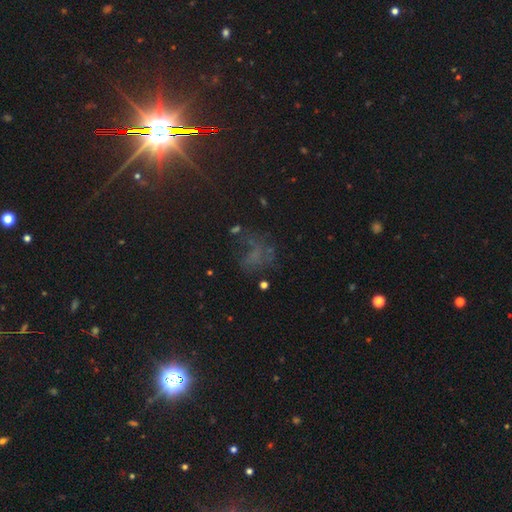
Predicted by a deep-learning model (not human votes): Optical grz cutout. It shows a star or artifact, not a galaxy (37%).